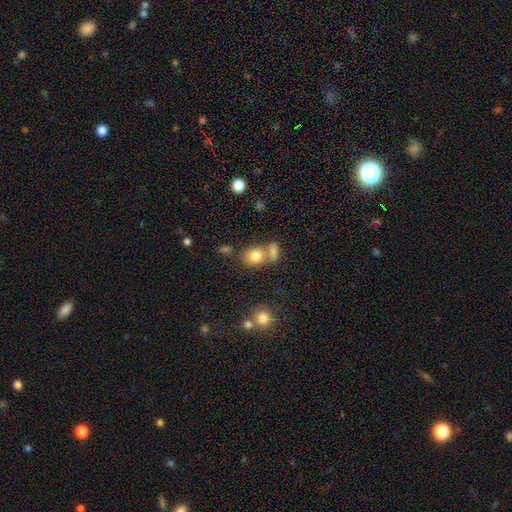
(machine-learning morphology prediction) type=smooth (79%); roundness=round (59%); merging=none (47%).